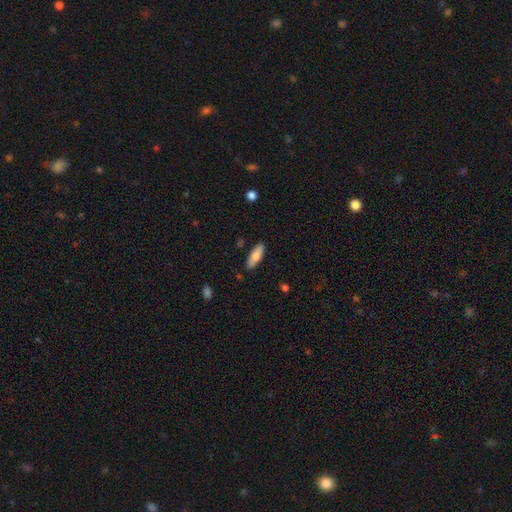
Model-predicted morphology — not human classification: Smooth or featured? smooth (77%)
How rounded? in between (53%)
Merging? none (86%)